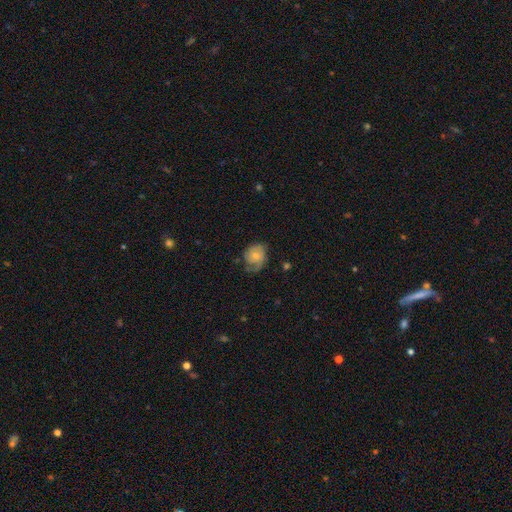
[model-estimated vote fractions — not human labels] Smooth or featured? Predicted: featured or disk (p=0.47). Merging? Predicted: none (p=0.48).